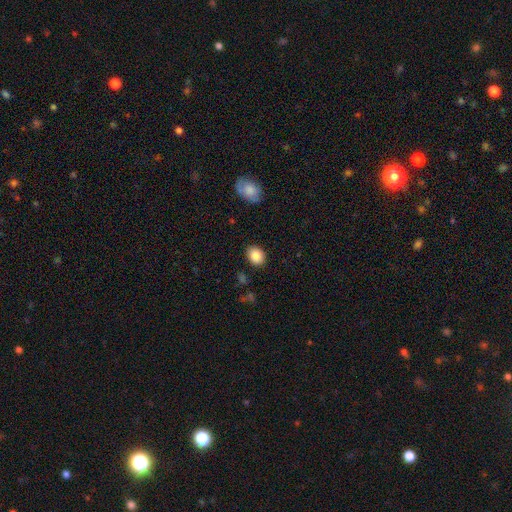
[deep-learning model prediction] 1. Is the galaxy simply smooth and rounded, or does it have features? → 86% smooth, 8% star or artifact, 6% featured or disk.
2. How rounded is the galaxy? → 61% in between, 38% round, 1% cigar-shaped.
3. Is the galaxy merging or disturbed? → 87% none, 9% minor disturbance, 2% major disturbance, 1% merger.